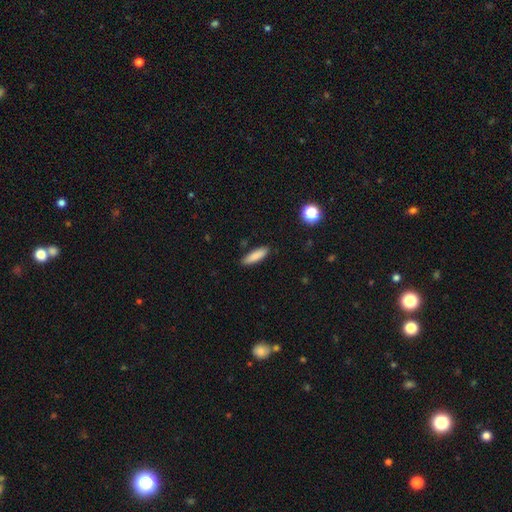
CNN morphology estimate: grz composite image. It shows a smooth galaxy with no disk features (85%) that is cigar-shaped (61%). Merging: none (87%).